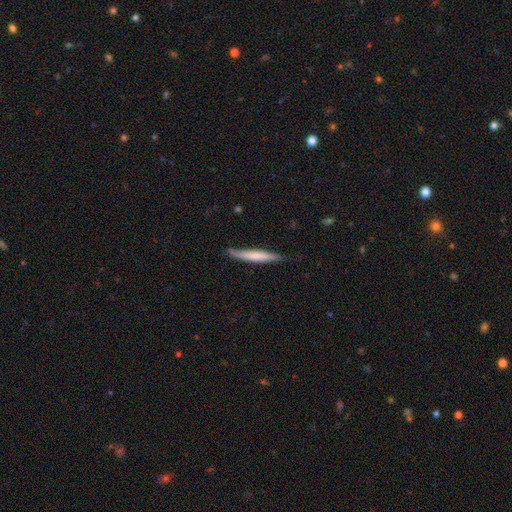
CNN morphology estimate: Q: Smooth or featured?
A: smooth (61%); runner-up: featured or disk (33%)
Q: How rounded?
A: cigar-shaped (94%); runner-up: in between (4%)
Q: Merging?
A: none (76%); runner-up: minor disturbance (19%)